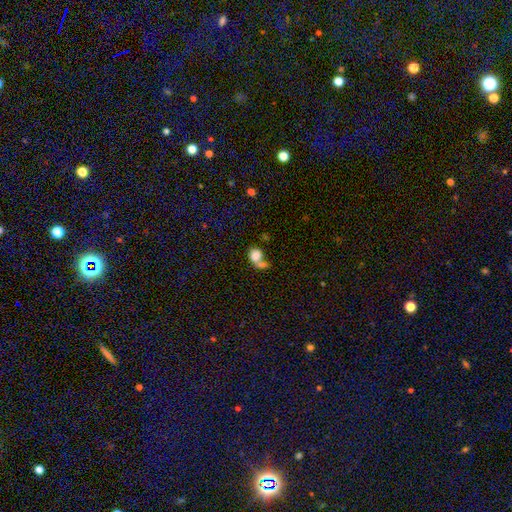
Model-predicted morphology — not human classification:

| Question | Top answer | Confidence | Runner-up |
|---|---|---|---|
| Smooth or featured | smooth | 80% | featured or disk (11%) |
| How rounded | round | 61% | in between (37%) |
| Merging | merger | 52% | none (29%) |